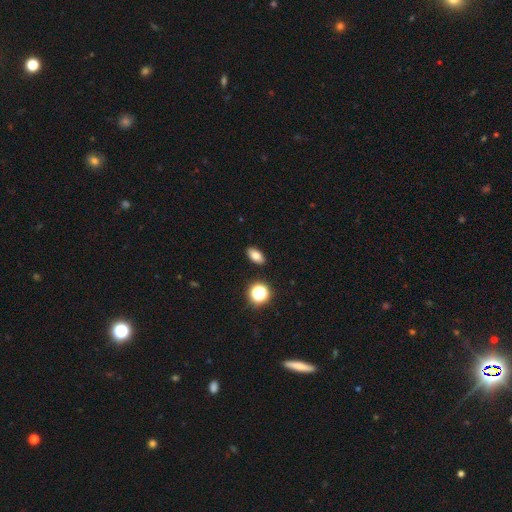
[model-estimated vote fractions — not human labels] This appears to be a smooth galaxy with no disk features (78%) that is in between round and cigar-shaped (87%). Merging: none (89%).